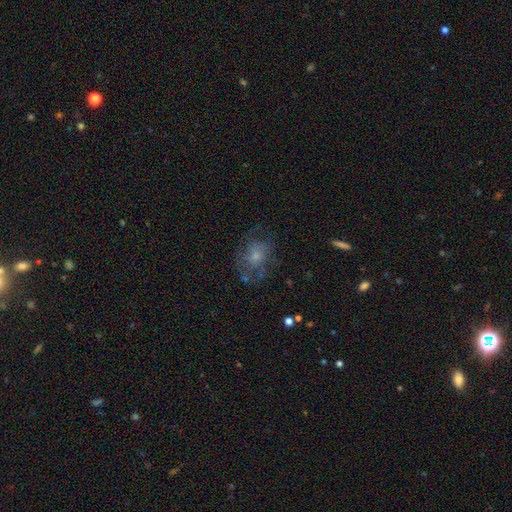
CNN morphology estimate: Smooth or featured? Predicted: featured or disk (p=0.52). Edge-on disk? Predicted: no (p=0.95). Merging? Predicted: none (p=0.64).